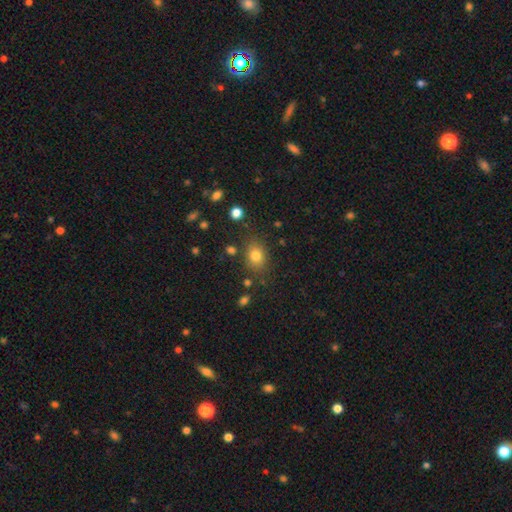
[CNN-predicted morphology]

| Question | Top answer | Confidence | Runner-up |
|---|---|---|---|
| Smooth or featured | smooth | 78% | star or artifact (13%) |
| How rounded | in between | 59% | round (40%) |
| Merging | none | 78% | minor disturbance (13%) |